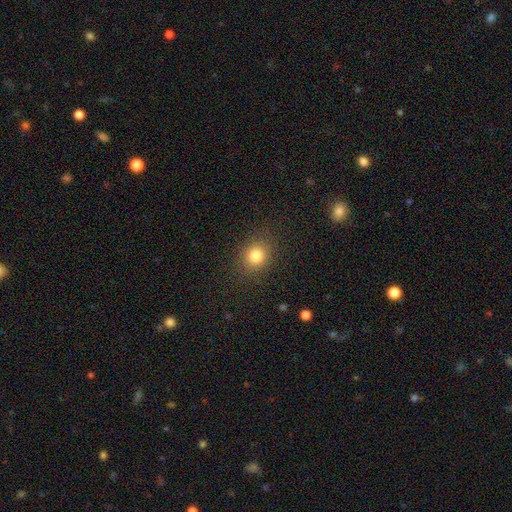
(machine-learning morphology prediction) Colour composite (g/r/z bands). It shows a smooth galaxy with no disk features (82%) that is round (73%). Merging: none (86%).